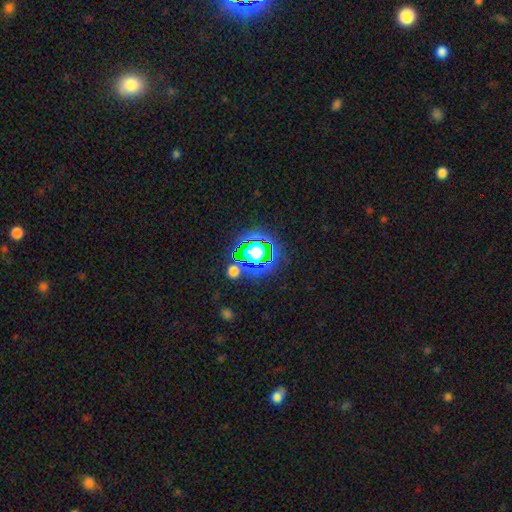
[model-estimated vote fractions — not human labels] The model was most divided on "smooth or featured": star or artifact: 60%, smooth: 27%, featured or disk: 13%.